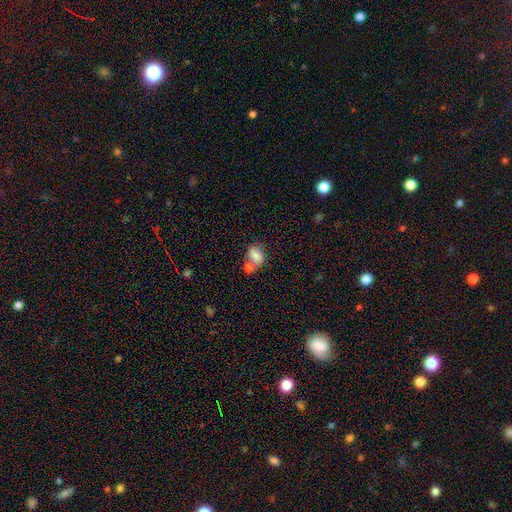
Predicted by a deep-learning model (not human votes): Smooth or featured? Predicted: smooth (p=0.79). How rounded? Predicted: in between (p=0.61). Merging? Predicted: merger (p=0.41).